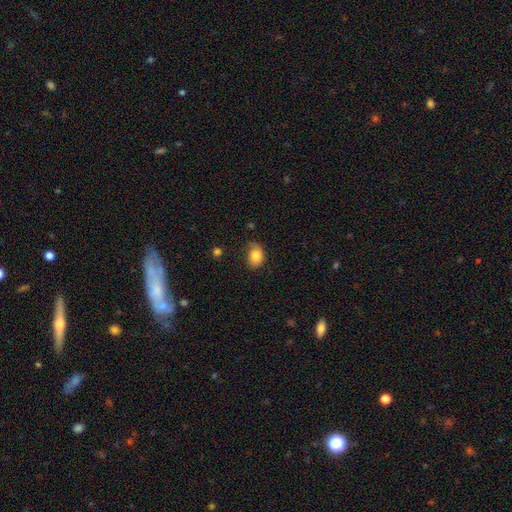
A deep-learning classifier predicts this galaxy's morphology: Q: Smooth or featured?
A: smooth (83%); runner-up: featured or disk (8%)
Q: How rounded?
A: in between (76%); runner-up: round (23%)
Q: Merging?
A: none (62%); runner-up: minor disturbance (29%)